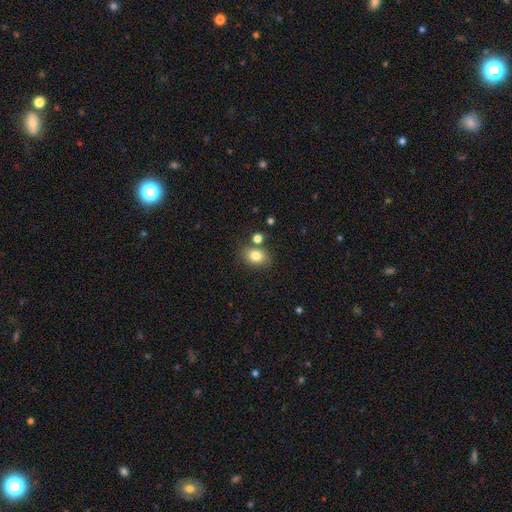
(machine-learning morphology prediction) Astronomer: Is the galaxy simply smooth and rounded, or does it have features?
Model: smooth — 81%.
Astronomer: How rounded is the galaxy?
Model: in between — 62%.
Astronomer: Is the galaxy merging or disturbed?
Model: none — 70%.